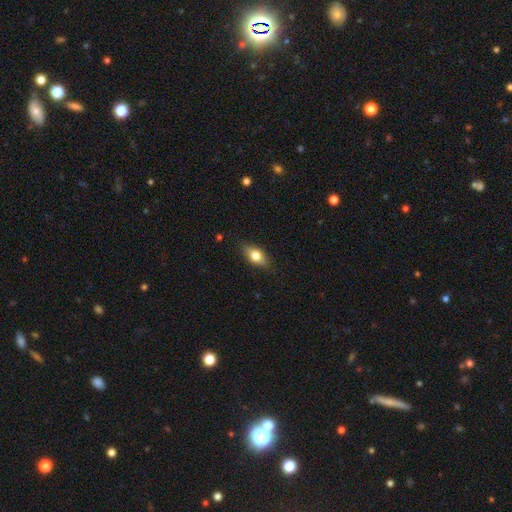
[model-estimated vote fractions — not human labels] Q: Smooth or featured?
A: smooth (68%); runner-up: featured or disk (24%)
Q: How rounded?
A: in between (80%); runner-up: cigar-shaped (12%)
Q: Merging?
A: none (83%); runner-up: minor disturbance (13%)